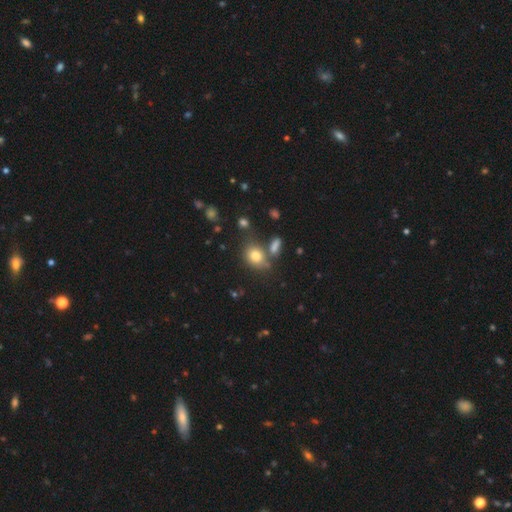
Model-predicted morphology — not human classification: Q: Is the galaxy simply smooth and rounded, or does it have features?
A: smooth — 78%.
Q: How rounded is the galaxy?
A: in between — 52%.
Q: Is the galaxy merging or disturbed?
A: none — 59%.